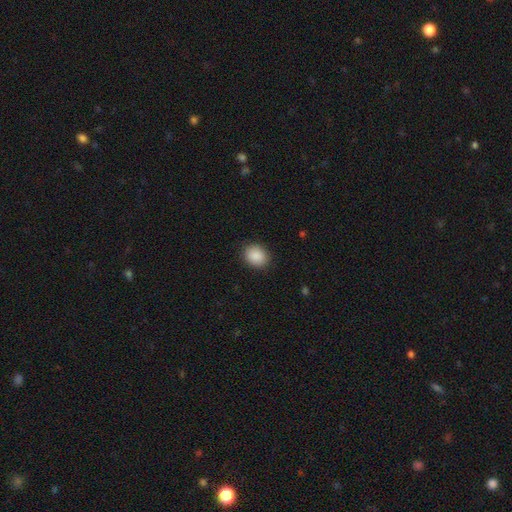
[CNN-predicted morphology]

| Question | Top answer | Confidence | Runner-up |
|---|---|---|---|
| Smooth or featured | smooth | 90% | star or artifact (7%) |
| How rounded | in between | 50% | round (49%) |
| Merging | none | 89% | minor disturbance (8%) |